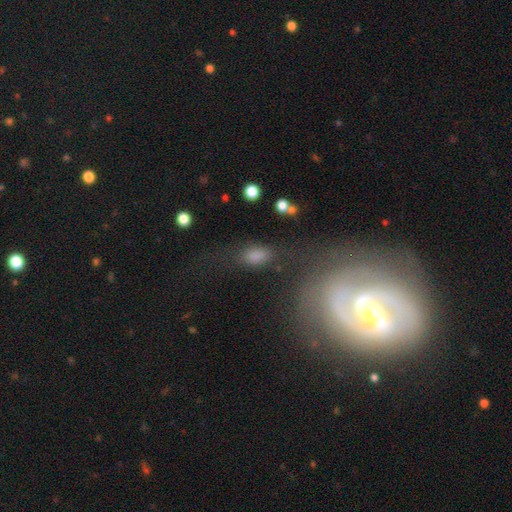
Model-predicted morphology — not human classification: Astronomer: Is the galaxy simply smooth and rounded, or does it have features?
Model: smooth — 80%.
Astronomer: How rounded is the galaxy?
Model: in between — 85%.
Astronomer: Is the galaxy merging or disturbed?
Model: none — 66%.